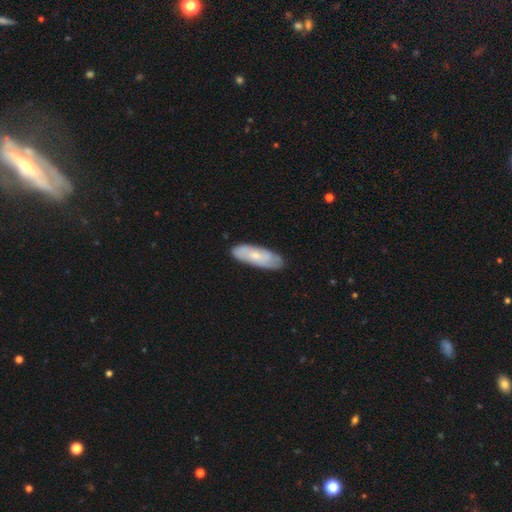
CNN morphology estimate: type=smooth (53%); roundness=in between (60%); merging=none (80%).